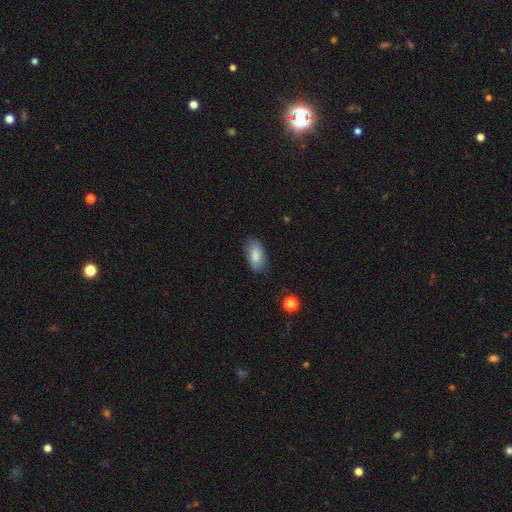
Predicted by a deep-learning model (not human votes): Smooth or featured: smooth — 84% (featured or disk — 9%)
How rounded: in between — 93% (round — 4%)
Merging: none — 77% (minor disturbance — 18%)